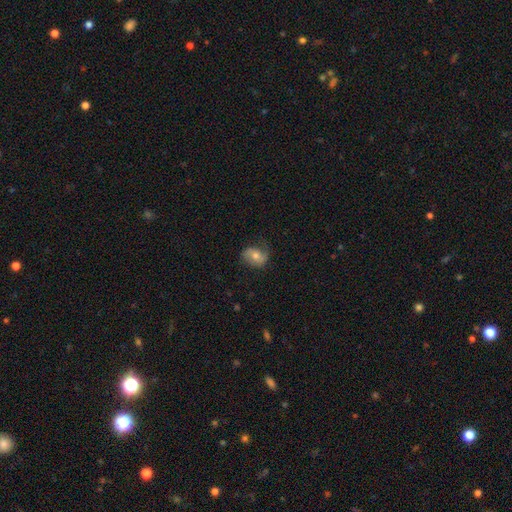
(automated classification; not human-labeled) This is possibly a featured or disk galaxy (52%). It is clearly not viewed edge-on (96%). Merging: likely none (65%).